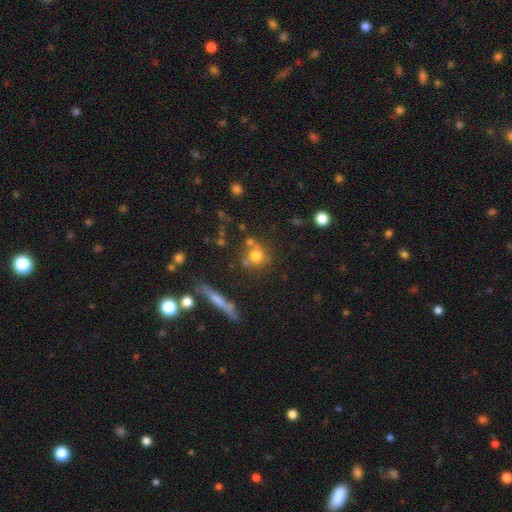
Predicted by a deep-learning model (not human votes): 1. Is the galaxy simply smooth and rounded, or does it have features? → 69% smooth, 16% featured or disk, 15% star or artifact.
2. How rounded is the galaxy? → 83% round, 13% in between, 4% cigar-shaped.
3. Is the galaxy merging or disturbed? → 56% none, 24% merger, 13% minor disturbance, 6% major disturbance.